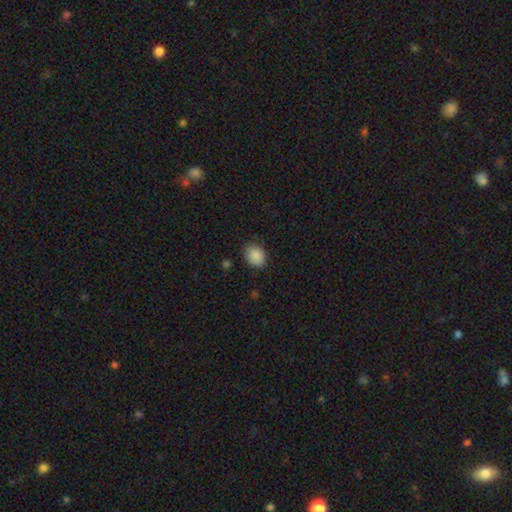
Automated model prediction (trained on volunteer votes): Overall: smooth (88%). How rounded: in between (58%; round 41%). Merging: none (82%).